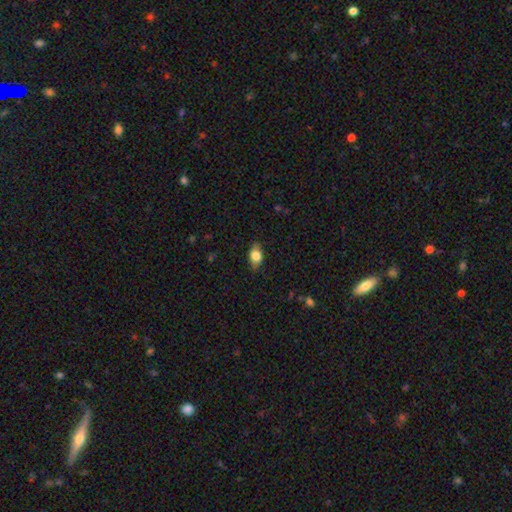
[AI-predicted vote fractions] This appears to be a smooth galaxy with no disk features (73%) that is in between round and cigar-shaped (84%). Merging: none (81%).